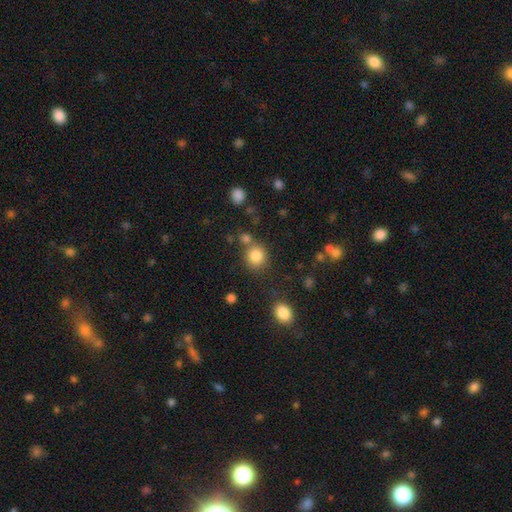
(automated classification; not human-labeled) A smooth galaxy with no disk features (83%) that is round (84%).

Vote fractions:
- Smooth or featured? smooth: 83% / star or artifact: 11% / featured or disk: 6%
- How rounded? round: 84% / in between: 15% / cigar-shaped: 1%
- Merging? none: 68% / merger: 17% / minor disturbance: 11% / major disturbance: 5%